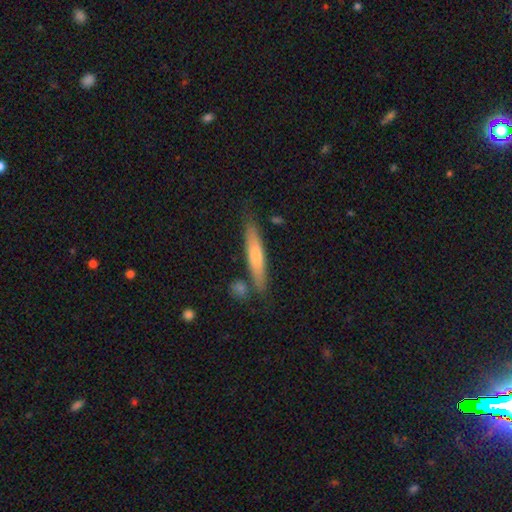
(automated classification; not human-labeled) Smooth or featured: smooth — 63% (featured or disk — 31%)
How rounded: cigar-shaped — 90% (in between — 9%)
Merging: none — 79% (minor disturbance — 13%)